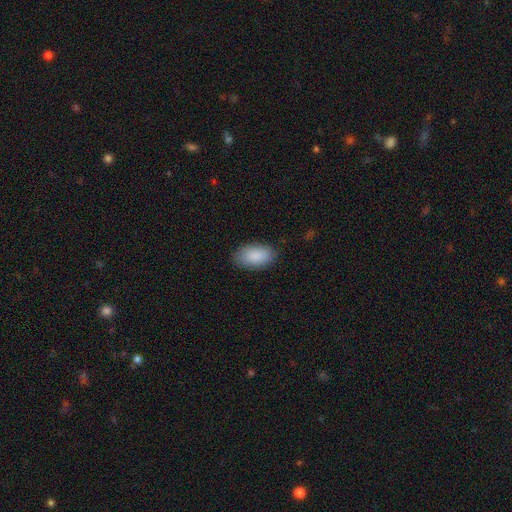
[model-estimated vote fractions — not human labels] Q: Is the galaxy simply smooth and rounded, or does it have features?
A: smooth — 90%.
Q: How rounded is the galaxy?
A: in between — 95%.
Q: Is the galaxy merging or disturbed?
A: none — 85%.